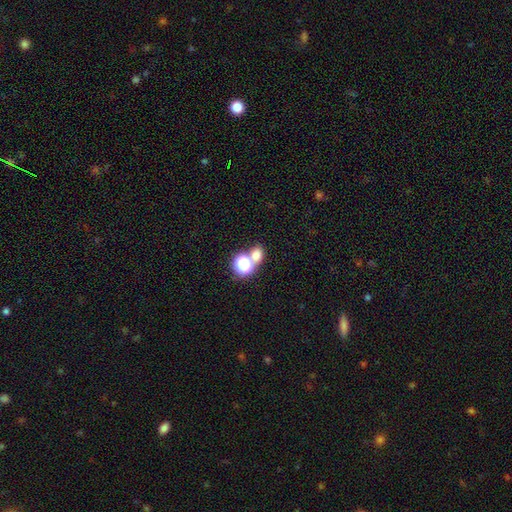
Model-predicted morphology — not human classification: Overall: smooth (68%). How rounded: round (60%; in between 39%). Merging: none (51%; merger 38%).